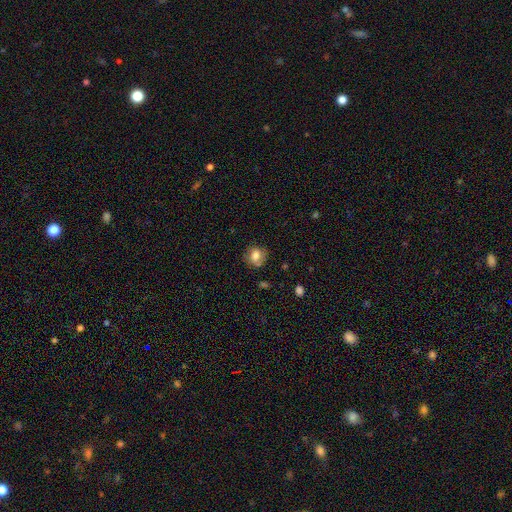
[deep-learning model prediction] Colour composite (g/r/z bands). It shows a smooth galaxy with no disk features (72%) that is round (71%). Merging: none (71%).